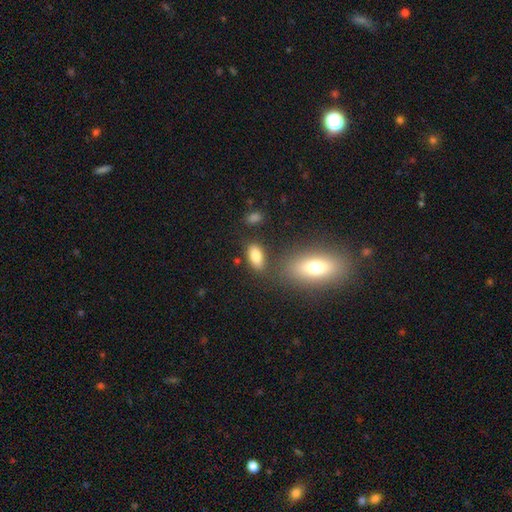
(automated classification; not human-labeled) A smooth galaxy with no disk features (82%) that is in between round and cigar-shaped (88%). Merging: none (71%).